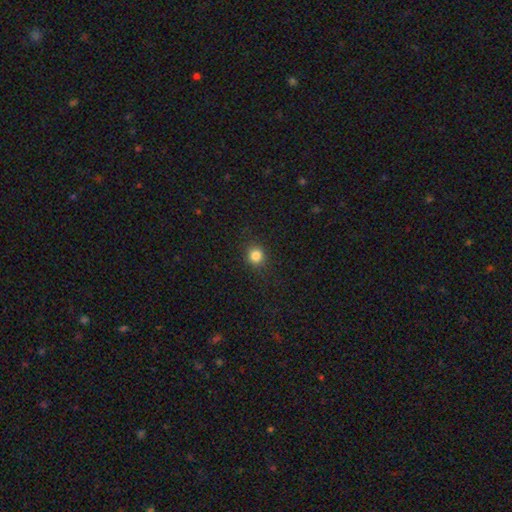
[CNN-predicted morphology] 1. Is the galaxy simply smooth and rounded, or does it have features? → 83% smooth, 12% star or artifact, 4% featured or disk.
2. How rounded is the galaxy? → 87% round, 12% in between, 1% cigar-shaped.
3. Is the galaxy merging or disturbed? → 89% none, 7% minor disturbance, 2% major disturbance, 1% merger.